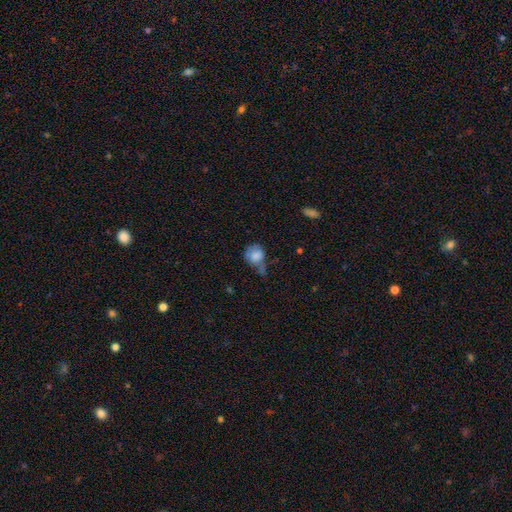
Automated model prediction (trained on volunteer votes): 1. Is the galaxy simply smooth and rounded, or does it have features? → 71% smooth, 20% featured or disk, 9% star or artifact.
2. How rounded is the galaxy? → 61% round, 37% in between, 1% cigar-shaped.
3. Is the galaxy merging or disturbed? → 34% minor disturbance, 28% none, 27% major disturbance, 11% merger.